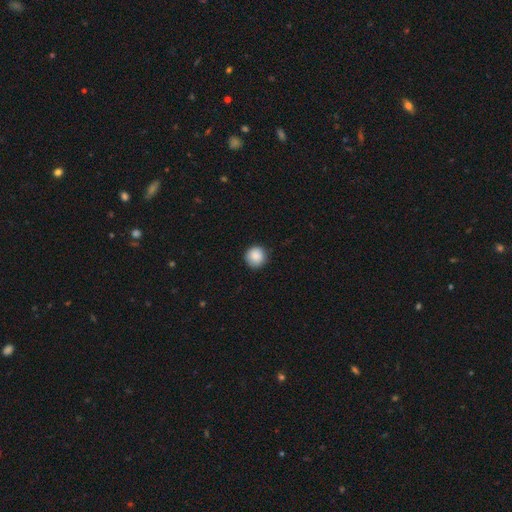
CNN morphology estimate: smooth_or_featured: smooth (p=0.88) [alt: star or artifact p=0.08]
how_rounded: round (p=0.94) [alt: in between p=0.05]
merging: none (p=0.89) [alt: minor disturbance p=0.08]